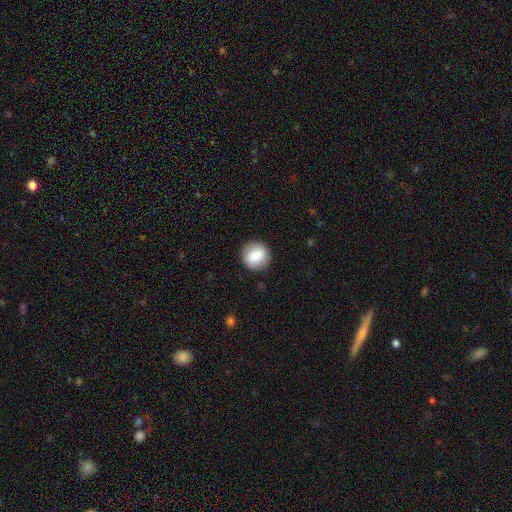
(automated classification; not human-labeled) smooth-or-featured: smooth: 83% | featured or disk: 9% | star or artifact: 8%
  how-rounded: round: 91% | in between: 8% | cigar-shaped: 1%
  merging: none: 89% | minor disturbance: 8% | major disturbance: 2% | merger: 1%